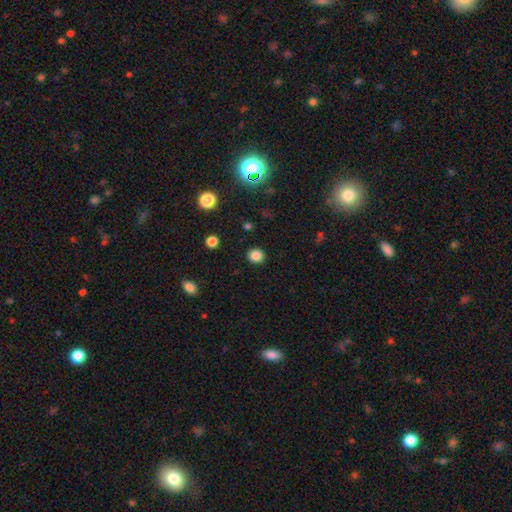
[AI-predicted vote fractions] The model was most divided on "how rounded": round: 85%, in between: 14%, cigar-shaped: 1%. More confident: merging — none (91%); smooth or featured — smooth (85%).